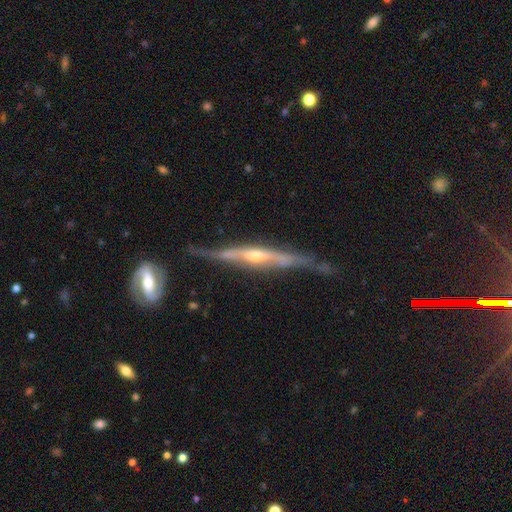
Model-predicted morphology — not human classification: Smooth or featured: featured or disk — 86% (smooth — 9%)
Edge-on disk: yes — 93% (no — 7%)
Edge-on bulge: rounded — 75% (none — 14%)
Merging: none — 63% (minor disturbance — 24%)